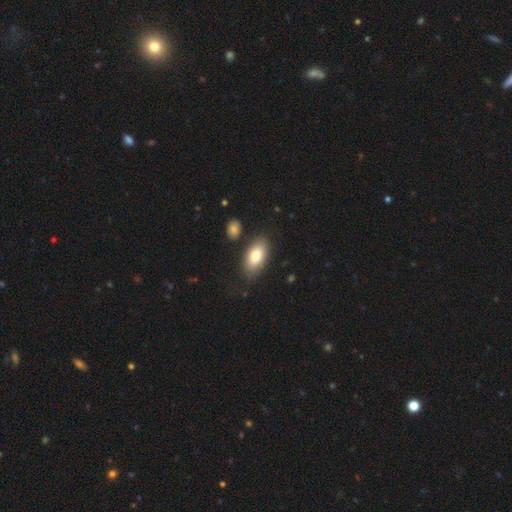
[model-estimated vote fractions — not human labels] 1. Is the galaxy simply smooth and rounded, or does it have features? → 79% smooth, 14% featured or disk, 7% star or artifact.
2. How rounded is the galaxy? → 92% in between, 5% cigar-shaped, 3% round.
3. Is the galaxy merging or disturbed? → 80% none, 12% minor disturbance, 4% merger, 3% major disturbance.